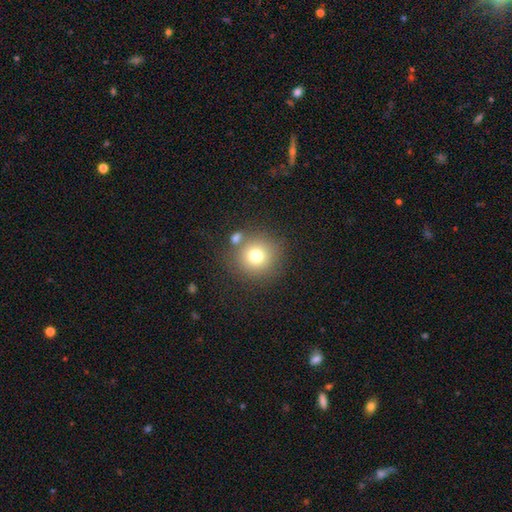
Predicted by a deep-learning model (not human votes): smooth 74%, star or artifact 14%, featured or disk 12%. Down the decision tree: how rounded — round (92%); merging — none (75%).